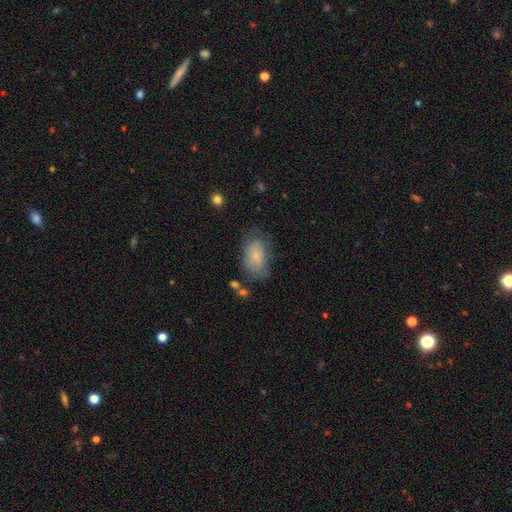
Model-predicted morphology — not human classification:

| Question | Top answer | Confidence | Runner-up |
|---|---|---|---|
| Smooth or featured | smooth | 71% | featured or disk (22%) |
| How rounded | in between | 91% | round (7%) |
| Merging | none | 53% | minor disturbance (29%) |